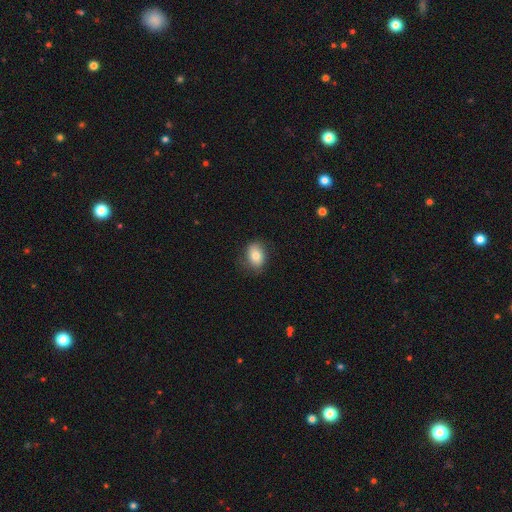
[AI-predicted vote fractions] Smooth or featured? Predicted: smooth (p=0.79). How rounded? Predicted: in between (p=0.71). Merging? Predicted: none (p=0.77).